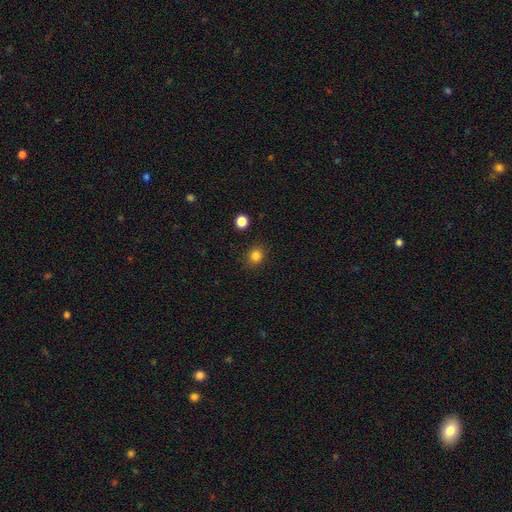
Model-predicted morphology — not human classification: type=smooth (83%); roundness=round (76%); merging=none (88%).